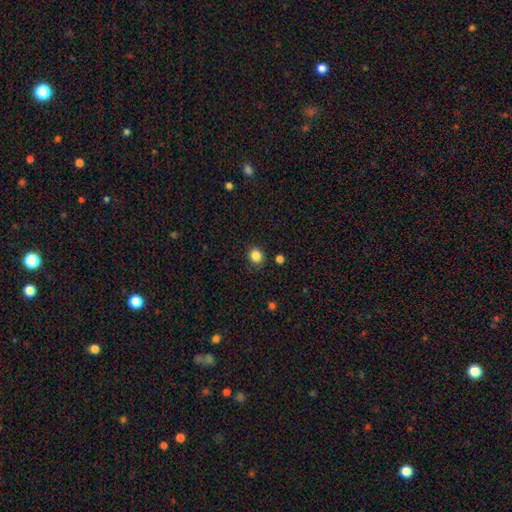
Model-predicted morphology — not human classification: A smooth galaxy with no disk features (85%) that is round (72%). Merging: none (87%).